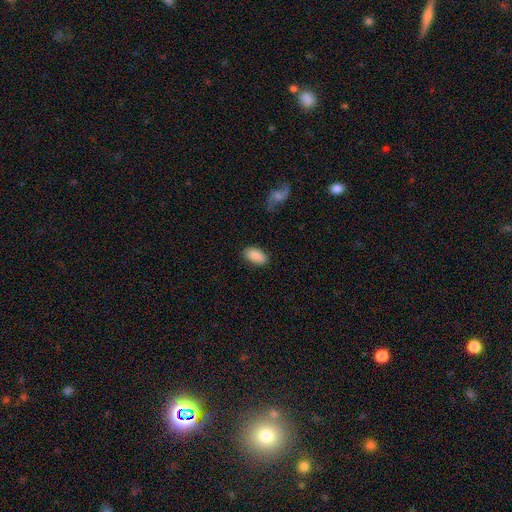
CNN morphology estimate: This is clearly a smooth galaxy (88%). How rounded: clearly in between (94%). Merging: clearly none (84%).